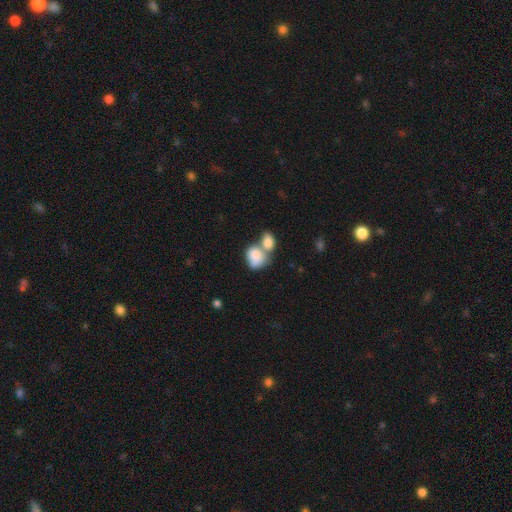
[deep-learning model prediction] Smooth or featured? smooth (82%)
How rounded? in between (64%)
Merging? merger (70%)